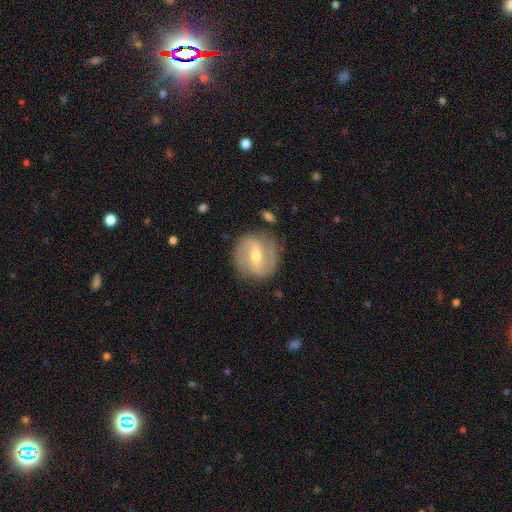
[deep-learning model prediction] This is likely a featured or disk galaxy (77%). It is clearly not viewed edge-on (96%). Bar: marginally weak (42%). Spiral arm pattern: clearly yes (87%). Spiral arm count: clearly 2 (86%). Spiral winding: possibly medium (45%). Central bulge: possibly moderate (55%). Merging: clearly none (81%).